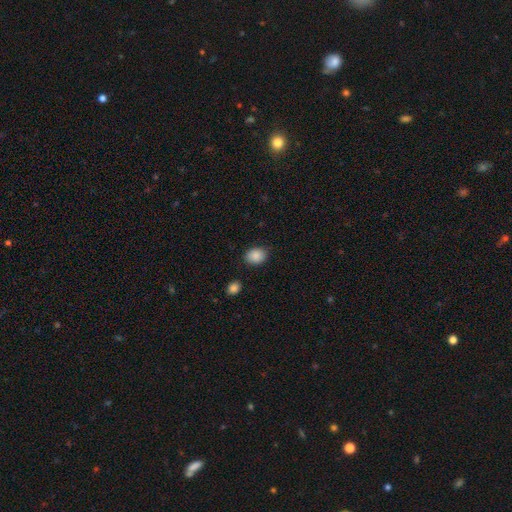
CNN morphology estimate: Overall: smooth (89%). How rounded: in between (56%; round 43%). Merging: none (84%).